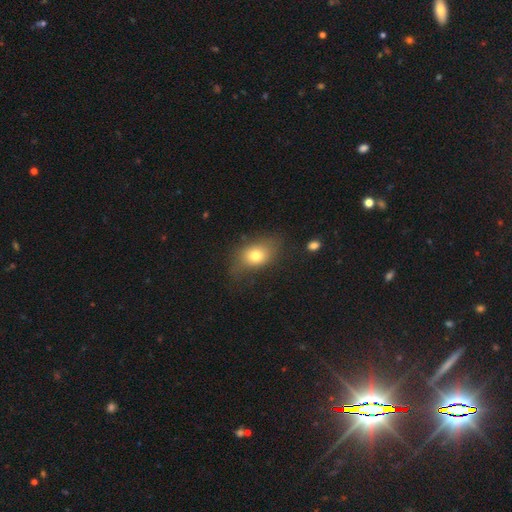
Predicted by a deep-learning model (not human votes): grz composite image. It shows a smooth galaxy with no disk features (75%) that is in between round and cigar-shaped (71%). Merging: none (65%).